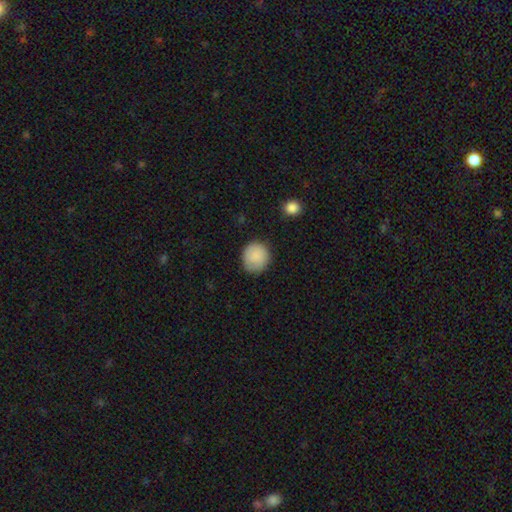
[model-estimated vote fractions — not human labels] A smooth galaxy with no disk features (86%) that is round (85%).

Vote fractions:
- Smooth or featured? smooth: 86% / featured or disk: 7% / star or artifact: 7%
- How rounded? round: 85% / in between: 14% / cigar-shaped: 1%
- Merging? none: 80% / minor disturbance: 16% / major disturbance: 3% / merger: 1%